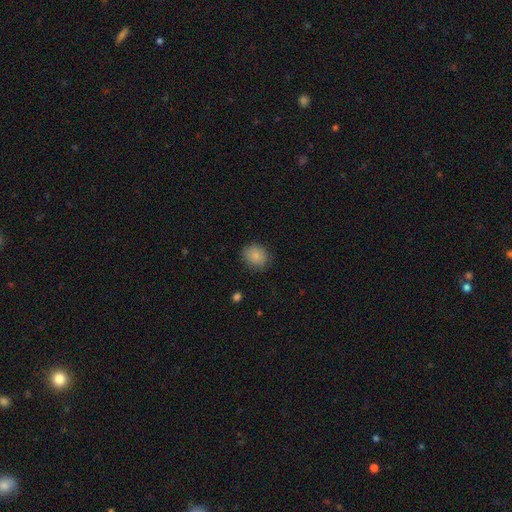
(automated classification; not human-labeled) A smooth galaxy with no disk features (84%) that is round (66%). Merging: none (82%).